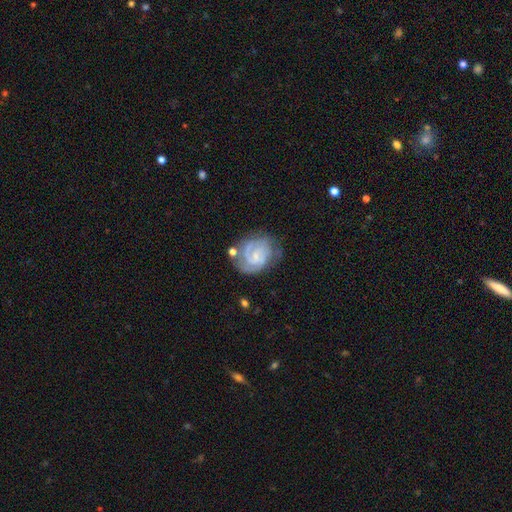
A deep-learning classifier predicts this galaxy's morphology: This appears to be a featured or disk galaxy (82%) with no bar (48%), 2 (55%) tight (54%) spiral arms (95%) and a small central bulge (66%). Merging: none (61%).